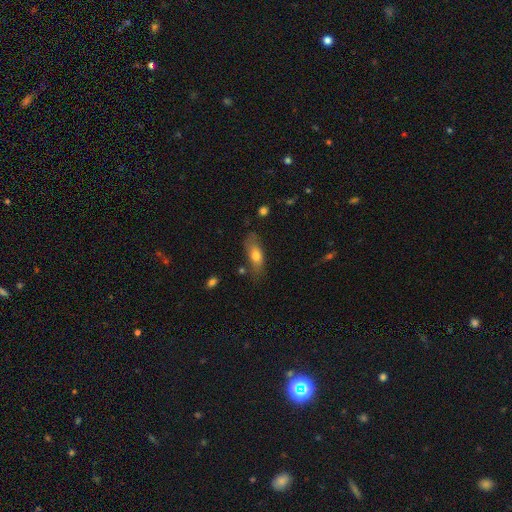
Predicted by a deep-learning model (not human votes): This appears to be a smooth galaxy with no disk features (68%) that is in between round and cigar-shaped (72%). Merging: none (67%).